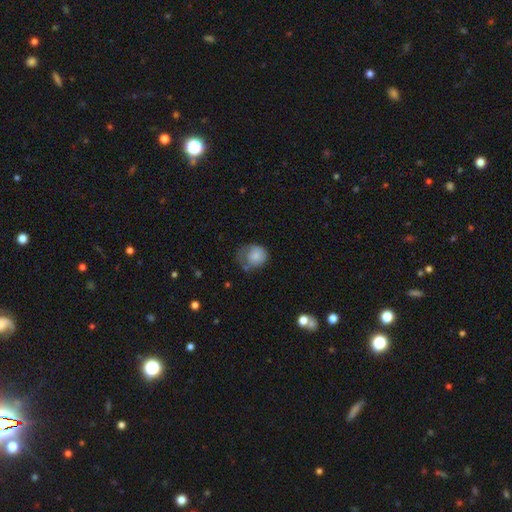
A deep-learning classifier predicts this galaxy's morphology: smooth-or-featured: smooth: 75% | featured or disk: 17% | star or artifact: 8%
  how-rounded: round: 63% | in between: 37% | cigar-shaped: 1%
  merging: minor disturbance: 35% | major disturbance: 32% | none: 30% | merger: 4%